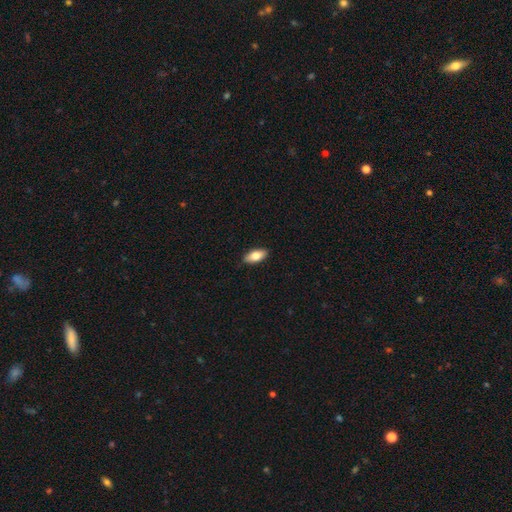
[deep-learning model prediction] The model was most divided on "smooth or featured": smooth: 77%, featured or disk: 17%, star or artifact: 6%. More confident: merging — none (89%); how rounded — in between (87%).